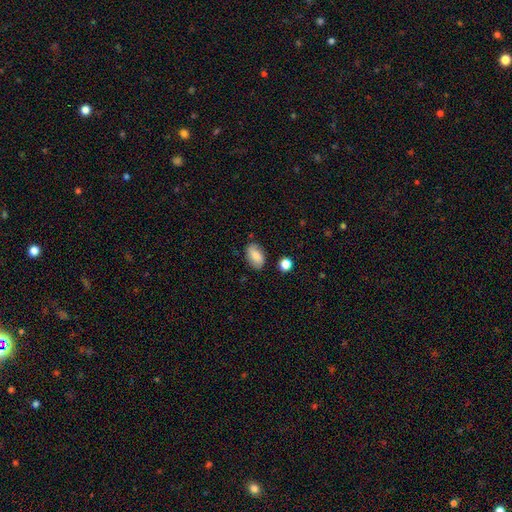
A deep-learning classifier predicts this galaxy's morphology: A smooth galaxy with no disk features (78%) that is in between round and cigar-shaped (91%). Merging: none (79%).